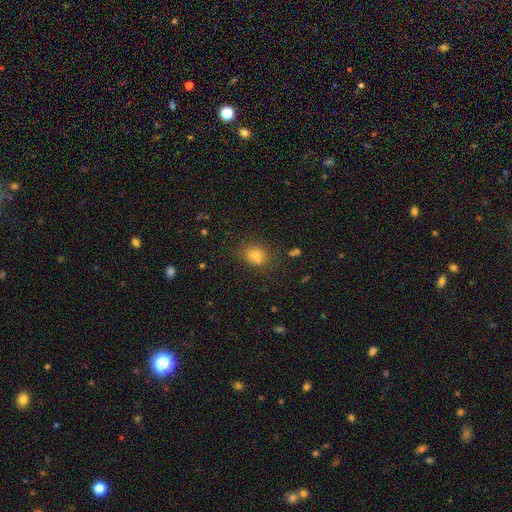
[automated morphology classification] smooth-or-featured: smooth: 80% | star or artifact: 14% | featured or disk: 7%
  how-rounded: in between: 57% | round: 42% | cigar-shaped: 1%
  merging: none: 67% | minor disturbance: 17% | merger: 8% | major disturbance: 7%